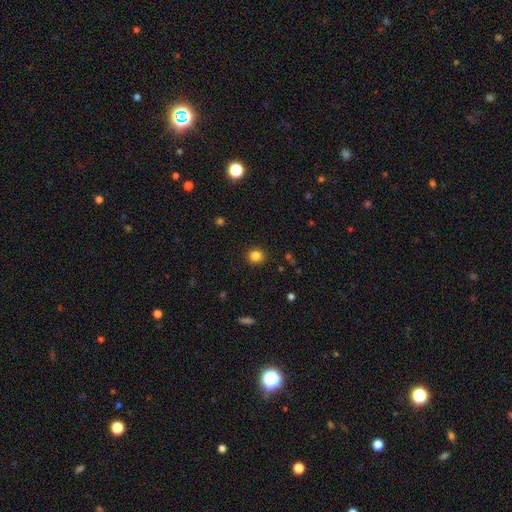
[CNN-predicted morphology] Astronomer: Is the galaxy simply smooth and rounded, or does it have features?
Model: smooth — 83%.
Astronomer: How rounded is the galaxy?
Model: round — 87%.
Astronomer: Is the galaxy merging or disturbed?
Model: none — 91%.